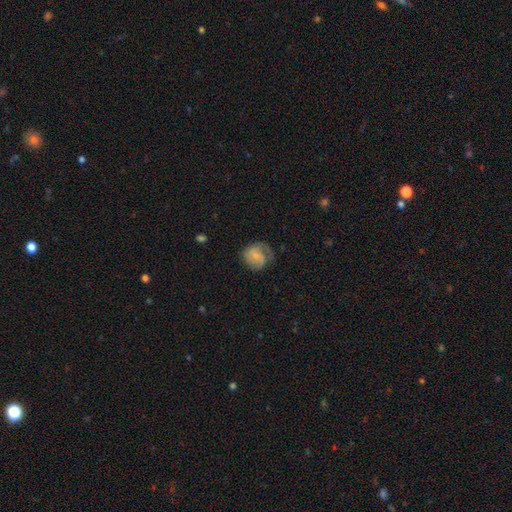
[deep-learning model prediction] This appears to be a featured or disk galaxy (58%) with no bar (53%), 2 (46%) medium (42%) spiral arms (89%) and a small central bulge (59%). Merging: none (50%).